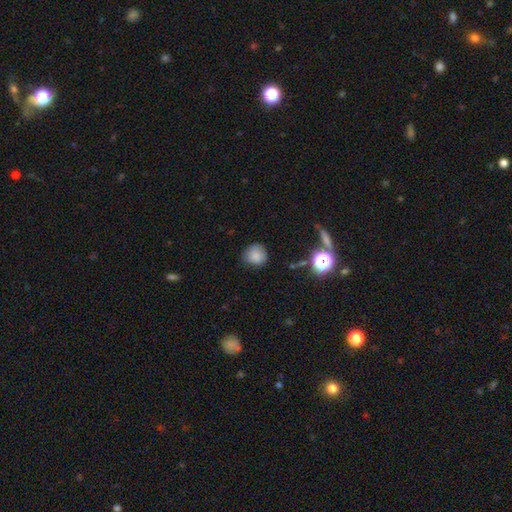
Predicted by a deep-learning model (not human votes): smooth-or-featured: smooth: 80% | star or artifact: 12% | featured or disk: 8%
  how-rounded: round: 86% | in between: 13% | cigar-shaped: 1%
  merging: none: 75% | minor disturbance: 18% | major disturbance: 4% | merger: 2%